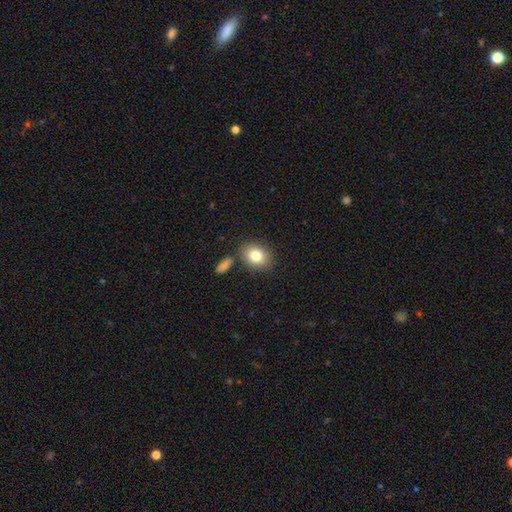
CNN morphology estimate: Overall: smooth (81%). How rounded: in between (54%; round 45%). Merging: none (77%).